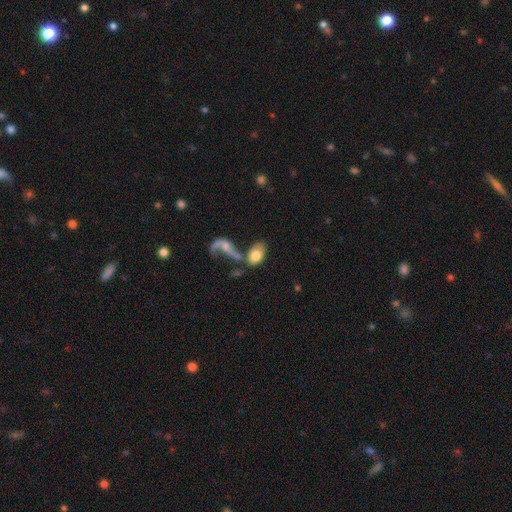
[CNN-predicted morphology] smooth 69%, featured or disk 24%, star or artifact 7%. Down the decision tree: how rounded — in between (90%); merging — merger (46%).